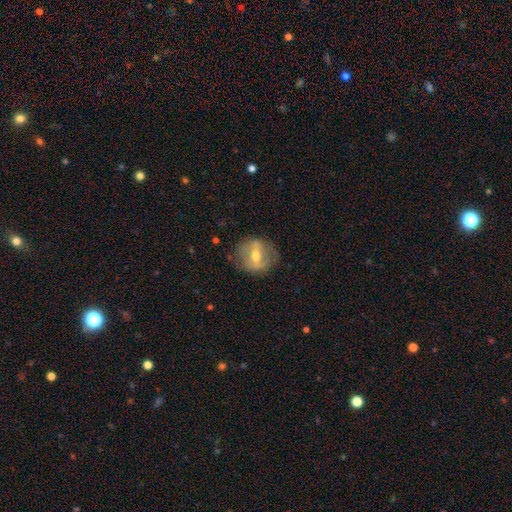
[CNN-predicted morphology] A featured or disk galaxy (59%) with a strong bar (51%), no spiral arms (70%) and a moderate central bulge (67%). Merging: none (79%).